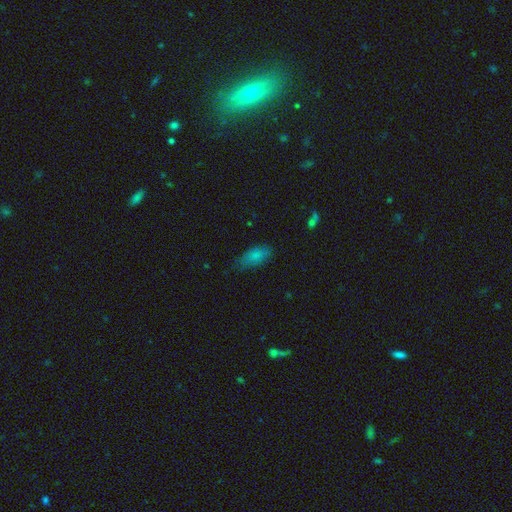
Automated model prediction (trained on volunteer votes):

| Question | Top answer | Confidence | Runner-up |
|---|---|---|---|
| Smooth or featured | smooth | 81% | featured or disk (10%) |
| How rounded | in between | 87% | cigar-shaped (10%) |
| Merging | none | 60% | minor disturbance (31%) |